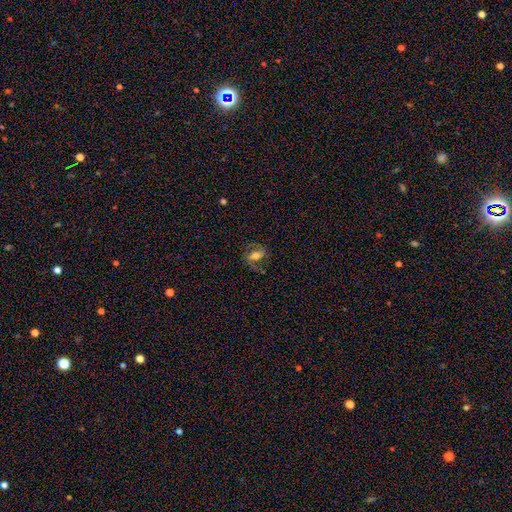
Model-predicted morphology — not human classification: type=featured or disk (57%); edge-on=no (93%); bar=strong (37%); spiral arms=yes (81%); bulge=moderate (56%); merging=none (69%).